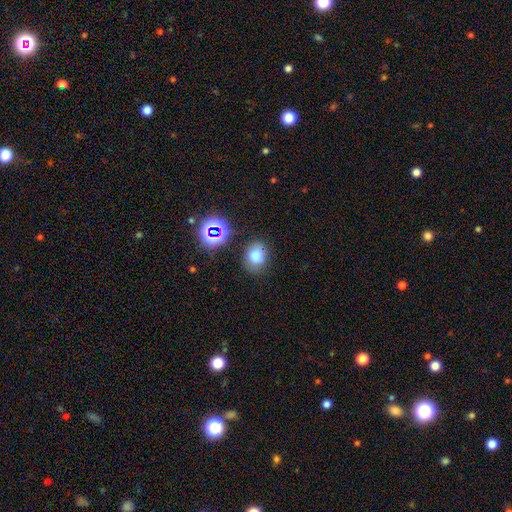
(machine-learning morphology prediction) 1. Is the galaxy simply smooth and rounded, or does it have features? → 76% smooth, 16% star or artifact, 8% featured or disk.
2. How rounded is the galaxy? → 55% round, 44% in between, 1% cigar-shaped.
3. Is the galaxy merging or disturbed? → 76% none, 15% minor disturbance, 5% major disturbance, 4% merger.